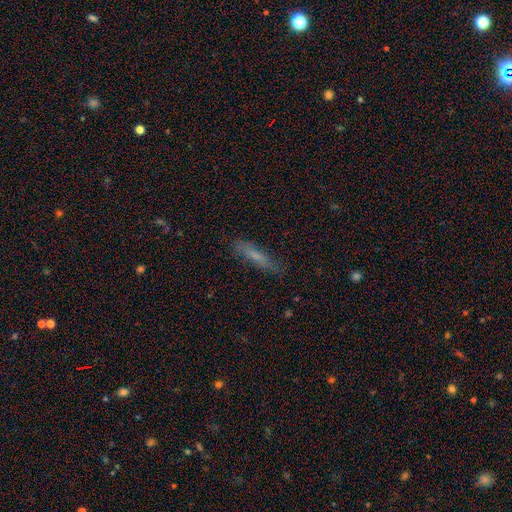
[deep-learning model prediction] The model was most divided on "smooth or featured": smooth: 59%, featured or disk: 32%, star or artifact: 9%. More confident: how rounded — cigar-shaped (82%); merging — none (77%).